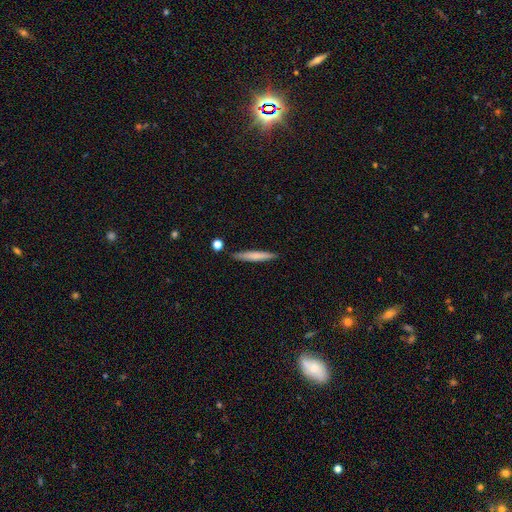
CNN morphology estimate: This is likely a smooth galaxy (69%). How rounded: clearly cigar-shaped (94%). Merging: clearly none (86%).